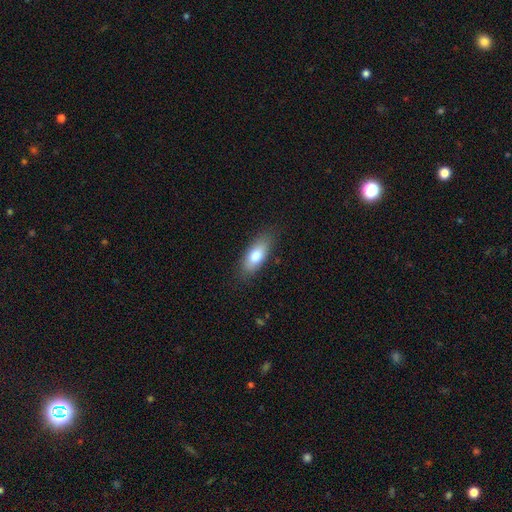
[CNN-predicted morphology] A smooth galaxy with no disk features (78%) that is in between round and cigar-shaped (78%).

Vote fractions:
- Smooth or featured? smooth: 78% / featured or disk: 15% / star or artifact: 6%
- How rounded? in between: 78% / cigar-shaped: 20% / round: 3%
- Merging? none: 81% / minor disturbance: 14% / major disturbance: 3% / merger: 1%